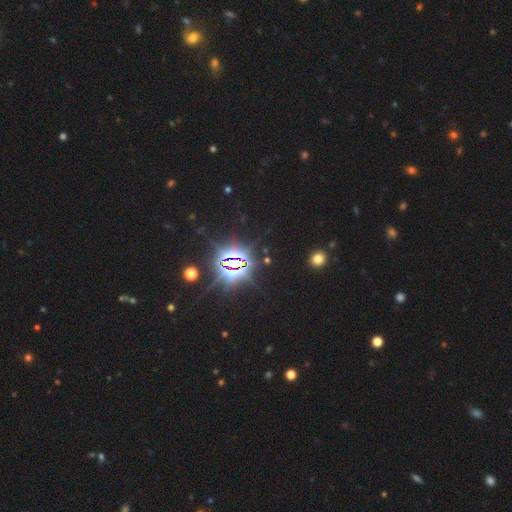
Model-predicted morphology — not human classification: smooth_or_featured: star or artifact (p=0.85) [alt: smooth p=0.09]